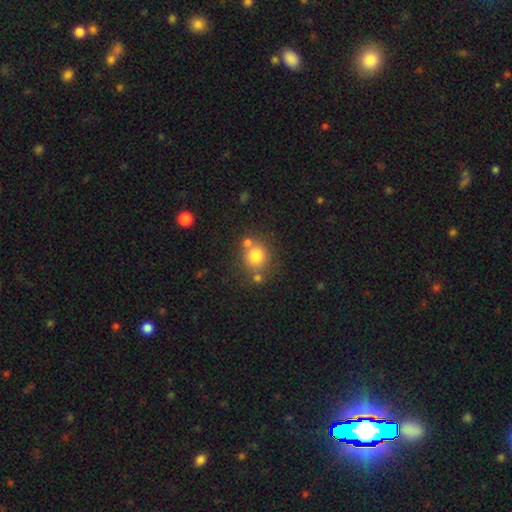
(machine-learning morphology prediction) Smooth or featured: smooth — 78% (star or artifact — 12%)
How rounded: round — 87% (in between — 12%)
Merging: none — 64% (merger — 21%)